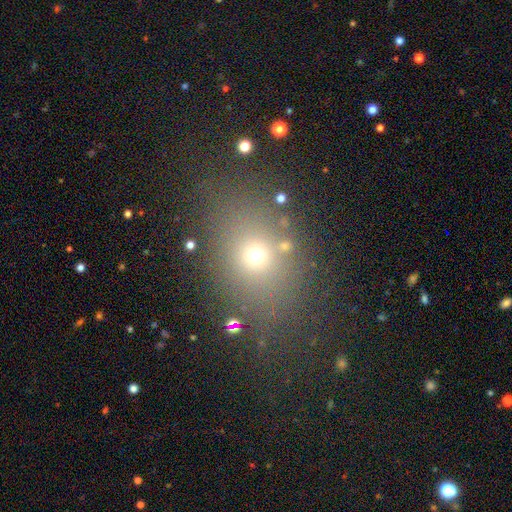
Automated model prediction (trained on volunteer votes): Overall: smooth (62%; star or artifact 24%). How rounded: in between (50%; round 48%). Merging: none (72%).